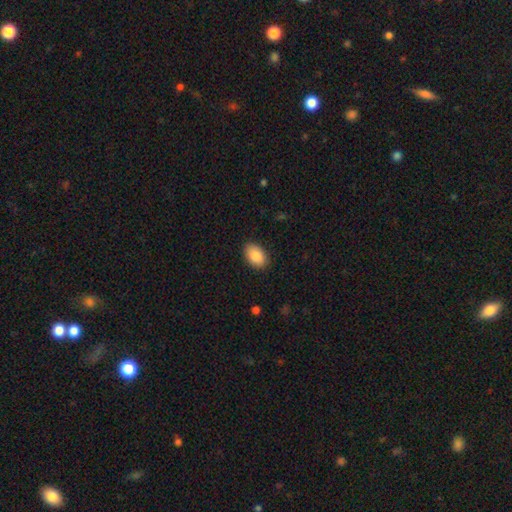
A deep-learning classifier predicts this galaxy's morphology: Smooth or featured? smooth (89%)
How rounded? in between (90%)
Merging? none (88%)